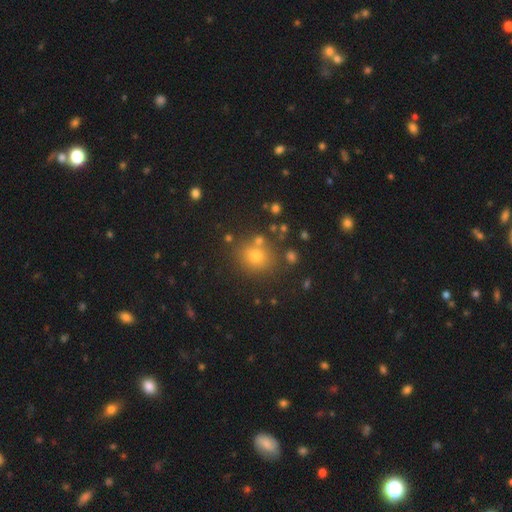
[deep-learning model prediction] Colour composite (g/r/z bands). It shows a smooth galaxy with no disk features (70%) that is round (78%). Merging: none (77%).